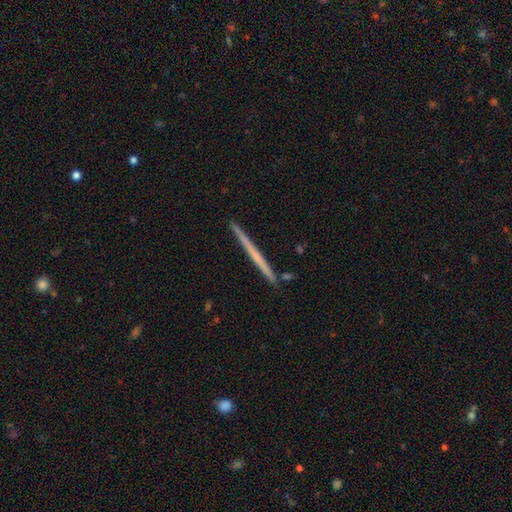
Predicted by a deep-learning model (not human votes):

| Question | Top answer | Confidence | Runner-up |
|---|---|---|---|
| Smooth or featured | featured or disk | 54% | smooth (40%) |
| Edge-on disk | yes | 98% | no (2%) |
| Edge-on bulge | none | 88% | rounded (9%) |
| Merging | none | 92% | minor disturbance (6%) |